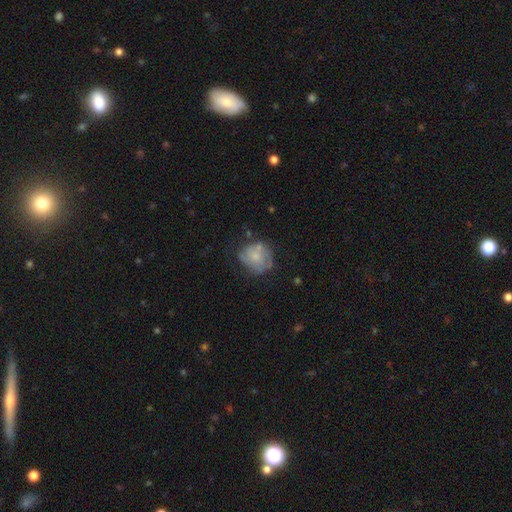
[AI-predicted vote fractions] smooth_or_featured: smooth (p=0.48) [alt: featured or disk p=0.44]
merging: none (p=0.52) [alt: minor disturbance p=0.28]